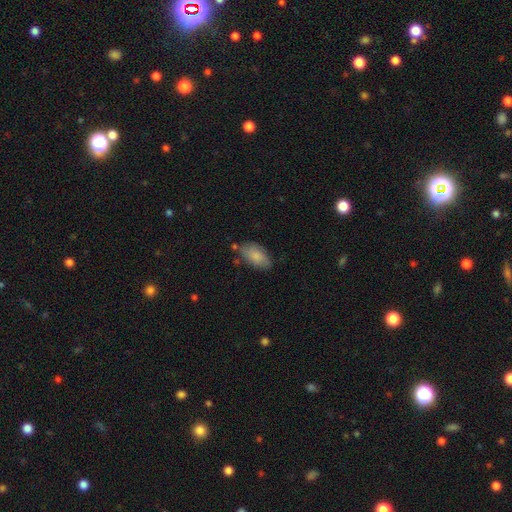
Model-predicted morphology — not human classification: Smooth or featured? Predicted: smooth (p=0.81). How rounded? Predicted: in between (p=0.93). Merging? Predicted: none (p=0.67).